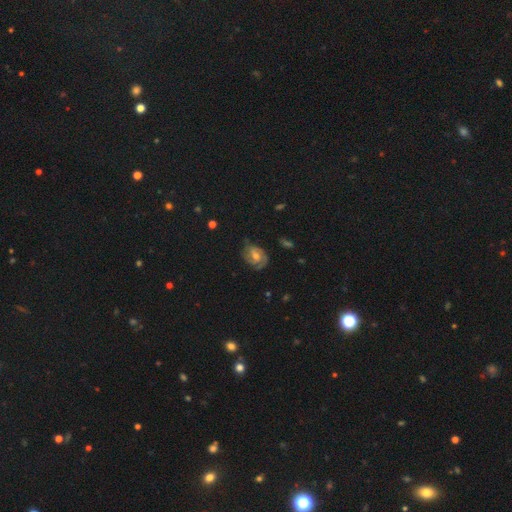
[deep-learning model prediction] Smooth or featured? featured or disk (77%)
Edge-on disk? no (97%)
Bar? no (49%)
Spiral arms? yes (93%)
Spiral winding? tight (54%)
Spiral arm count? 2 (63%)
Bulge size? moderate (67%)
Merging? none (68%)